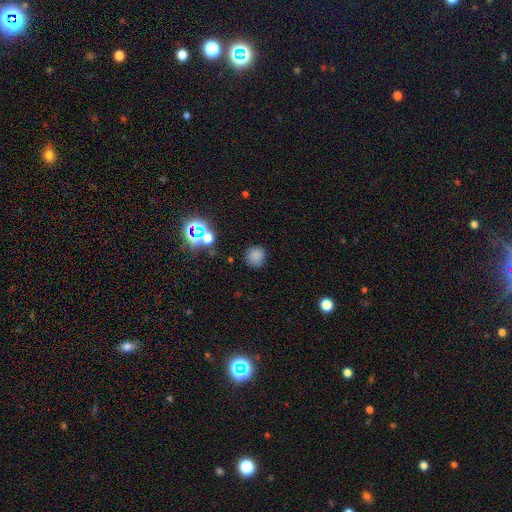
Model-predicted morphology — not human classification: Overall: smooth (77%). How rounded: round (89%). Merging: none (80%).